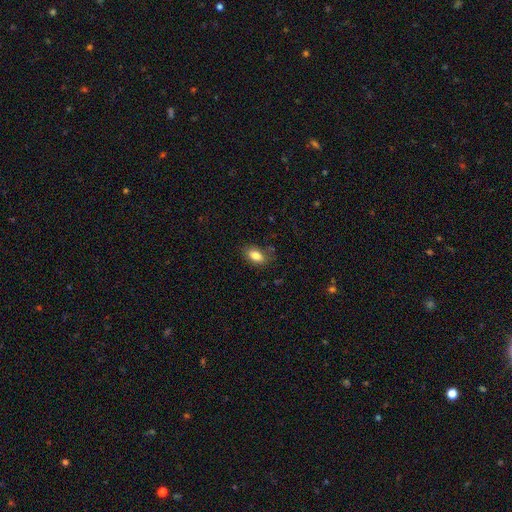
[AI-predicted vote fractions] Smooth or featured: smooth — 83% (star or artifact — 8%)
How rounded: in between — 89% (round — 8%)
Merging: none — 77% (minor disturbance — 17%)